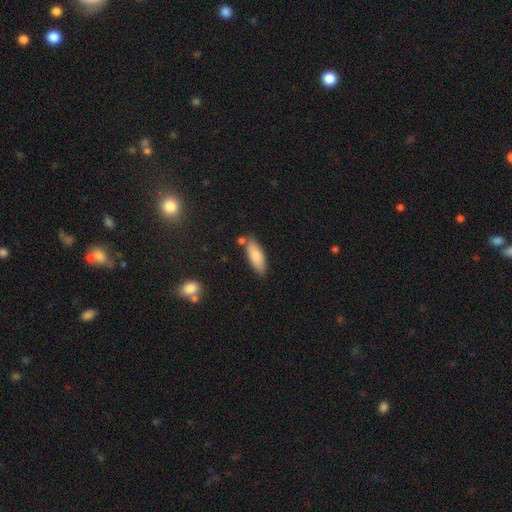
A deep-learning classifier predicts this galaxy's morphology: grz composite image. It shows a smooth galaxy with no disk features (83%) that is in between round and cigar-shaped (69%). Merging: none (75%).